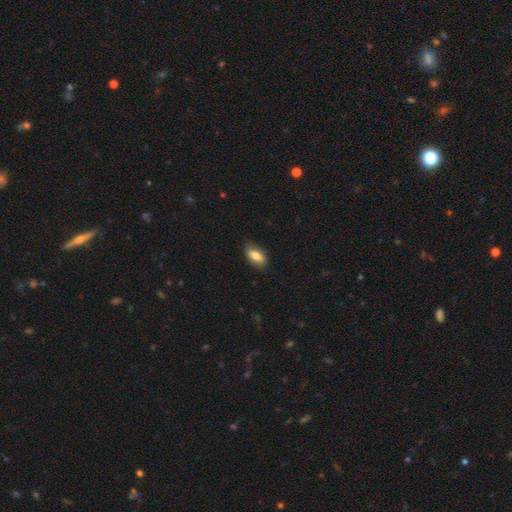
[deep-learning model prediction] A smooth galaxy with no disk features (81%) that is in between round and cigar-shaped (89%). Merging: none (83%).